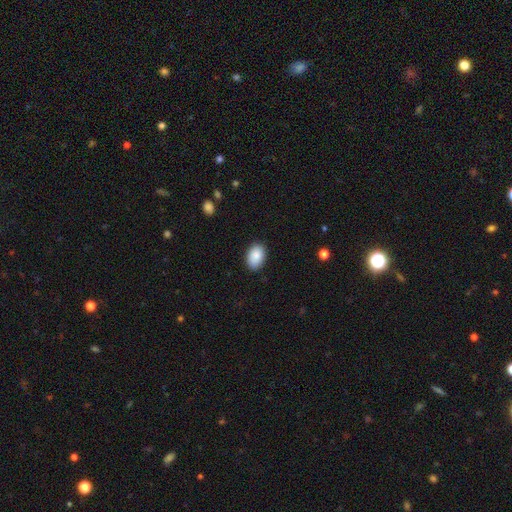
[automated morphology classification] A smooth galaxy with no disk features (86%) that is in between round and cigar-shaped (87%).

Vote fractions:
- Smooth or featured? smooth: 86% / star or artifact: 7% / featured or disk: 7%
- How rounded? in between: 87% / round: 12% / cigar-shaped: 1%
- Merging? none: 85% / minor disturbance: 12% / major disturbance: 2% / merger: 1%